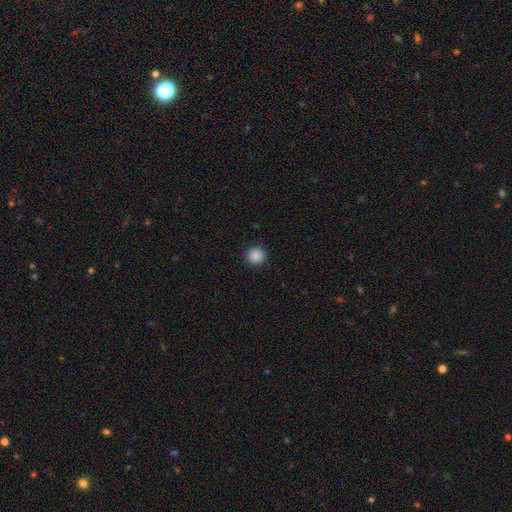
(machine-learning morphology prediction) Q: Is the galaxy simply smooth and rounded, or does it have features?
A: smooth — 88%.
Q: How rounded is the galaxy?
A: round — 95%.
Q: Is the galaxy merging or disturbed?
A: none — 92%.